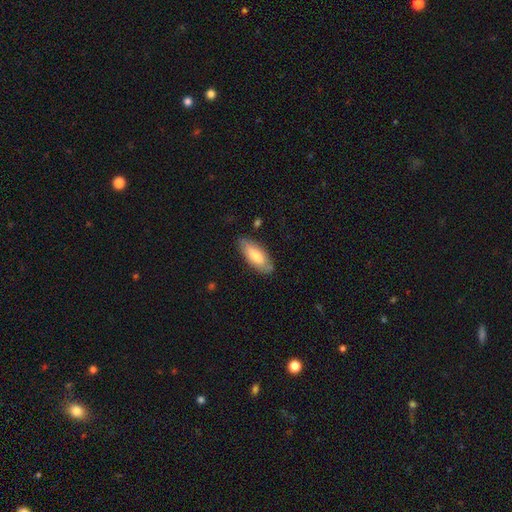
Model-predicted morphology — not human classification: This appears to be a smooth galaxy with no disk features (72%) that is in between round and cigar-shaped (80%). Merging: none (78%).